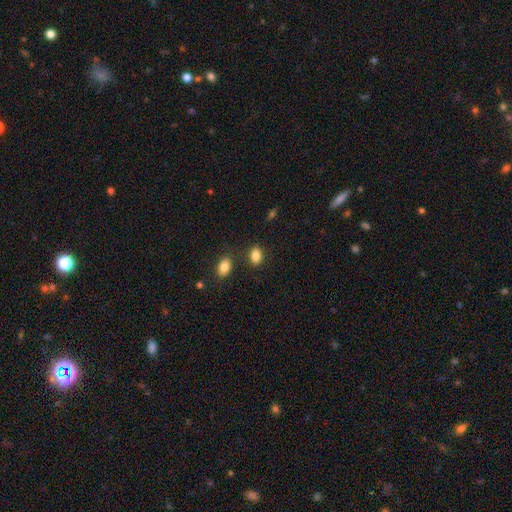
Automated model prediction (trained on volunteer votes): This is clearly a smooth galaxy (85%). How rounded: clearly in between (82%). Merging: clearly none (80%).